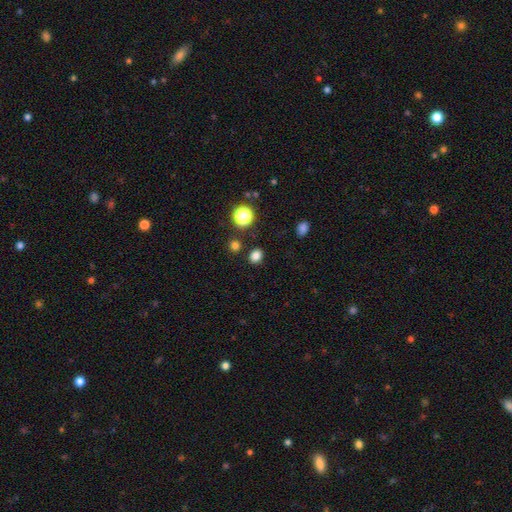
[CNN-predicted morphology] smooth_or_featured: smooth (p=0.80) [alt: star or artifact p=0.16]
how_rounded: round (p=0.60) [alt: in between p=0.39]
merging: none (p=0.85) [alt: minor disturbance p=0.08]